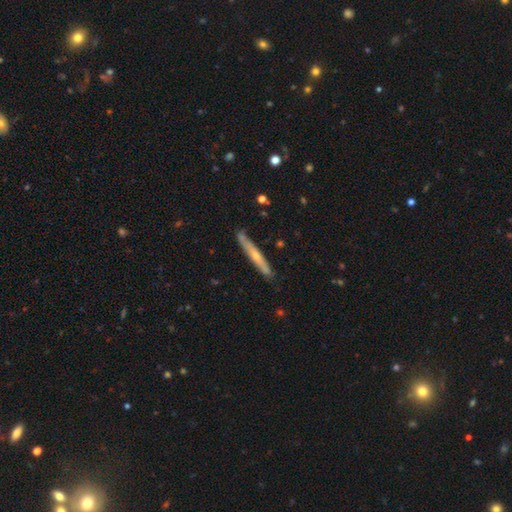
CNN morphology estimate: type=featured or disk (53%); edge-on=yes (91%); merging=none (84%).